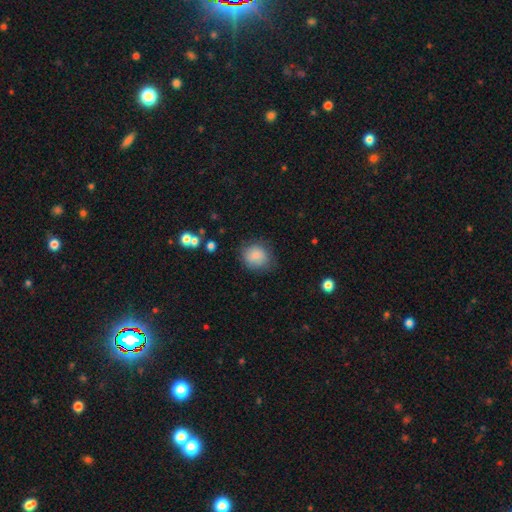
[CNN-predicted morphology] A smooth galaxy with no disk features (83%) that is round (79%). Merging: none (75%).